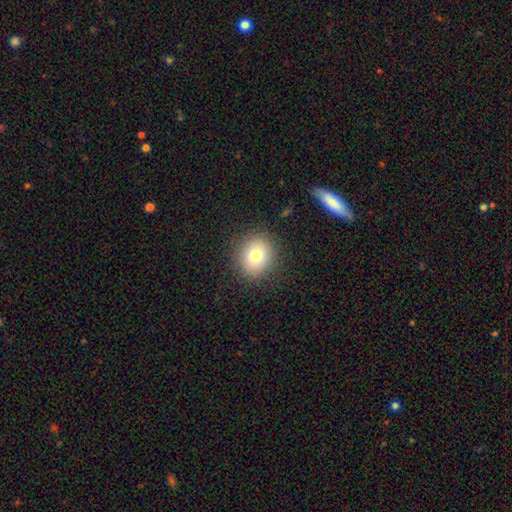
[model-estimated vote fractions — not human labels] The model was most divided on "how rounded": round: 79%, in between: 20%, cigar-shaped: 1%. More confident: merging — none (88%); smooth or featured — smooth (78%).